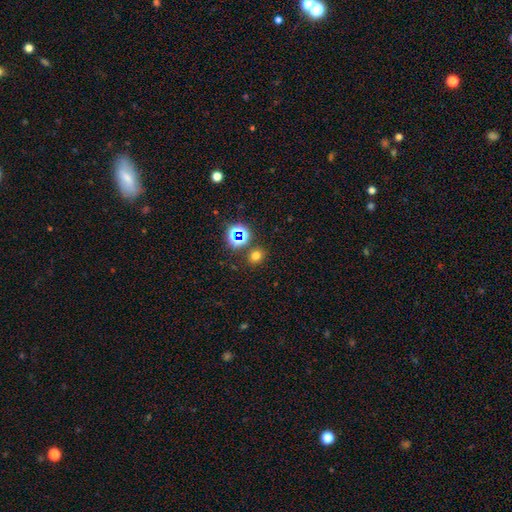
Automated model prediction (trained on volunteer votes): Morphology: type=smooth (67%); roundness=round (64%); merging=none (81%).